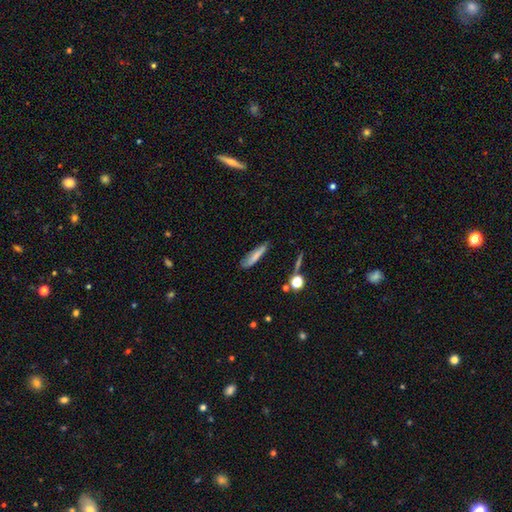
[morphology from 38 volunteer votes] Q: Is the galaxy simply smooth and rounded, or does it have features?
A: smooth — 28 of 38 (74%).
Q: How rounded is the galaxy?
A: cigar-shaped — 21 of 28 (75%).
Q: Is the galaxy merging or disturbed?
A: none — 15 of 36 (42%, tied with minor disturbance).